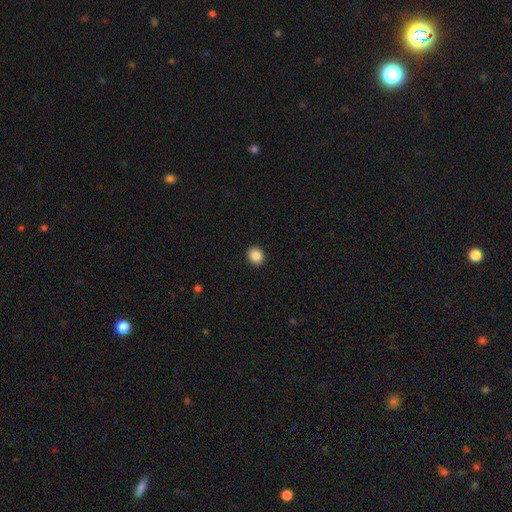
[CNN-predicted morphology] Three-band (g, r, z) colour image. It shows a smooth galaxy with no disk features (88%) that is round (66%). Merging: none (91%).